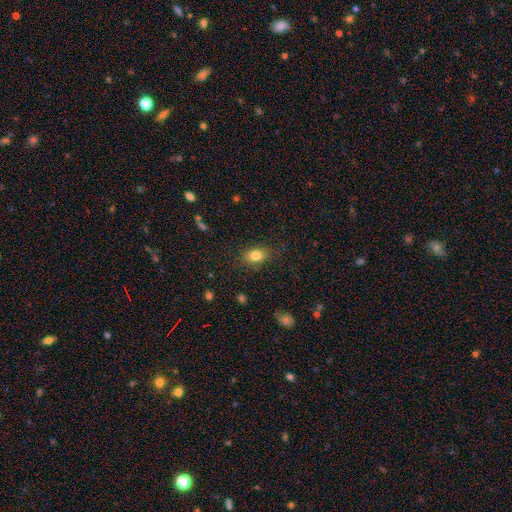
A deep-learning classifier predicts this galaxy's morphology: smooth 82%, star or artifact 10%, featured or disk 8%. Down the decision tree: how rounded — in between (79%); merging — none (83%).